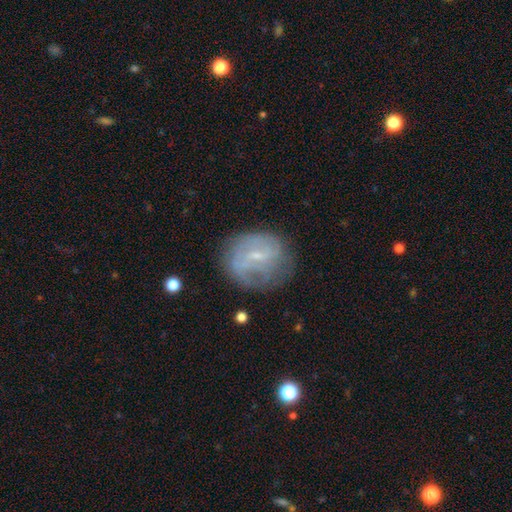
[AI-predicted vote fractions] Overall: featured or disk (63%; smooth 28%). Edge-on disk: no (96%). Bar: weak (51%; no 26%). Spiral arms: yes (66%; no 34%). Bulge size: small (74%). Merging: none (63%).